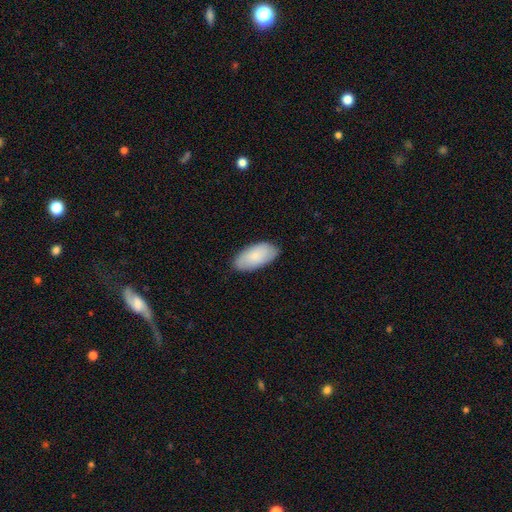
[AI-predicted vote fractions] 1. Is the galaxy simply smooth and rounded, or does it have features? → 84% smooth, 11% featured or disk, 5% star or artifact.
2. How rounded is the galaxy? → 95% in between, 3% cigar-shaped, 2% round.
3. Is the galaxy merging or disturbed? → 84% none, 13% minor disturbance, 2% major disturbance, 1% merger.